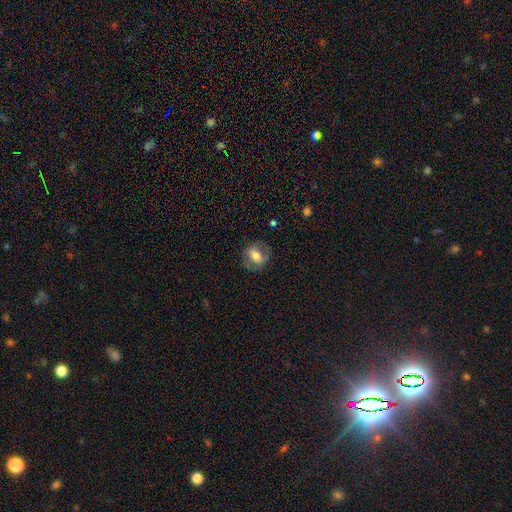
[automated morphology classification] Smooth or featured?
  - smooth: 46% * (tied)
  - featured or disk: 46% * (tied)
  - star or artifact: 8%
Merging?
  - none: 77% *
  - minor disturbance: 14%
  - major disturbance: 7%
  - merger: 1%